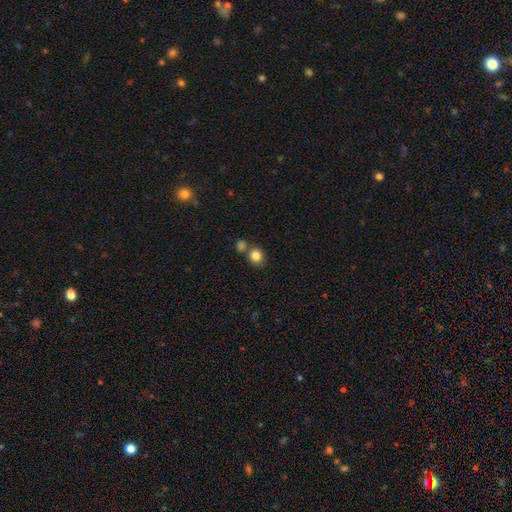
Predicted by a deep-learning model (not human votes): Smooth or featured? Predicted: smooth (p=0.84). How rounded? Predicted: round (p=0.81). Merging? Predicted: none (p=0.63).